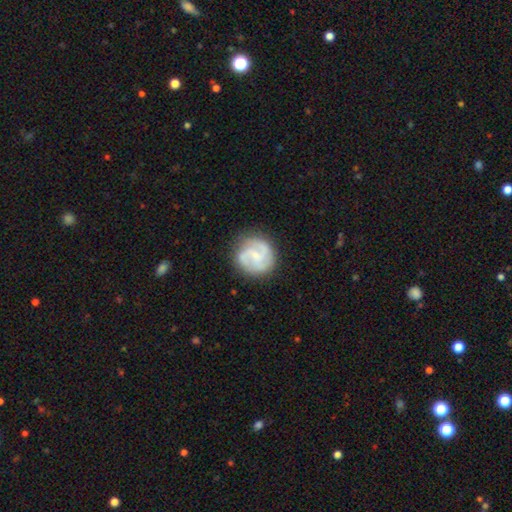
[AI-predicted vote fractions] The model was most divided on "spiral arm count": 3: 37%, 2: 36%, can't tell: 15%, 4: 5%, 1: 4%, more than 4: 4%. Remaining: edge-on disk — no (98%); spiral arms — yes (93%); merging — none (78%); smooth or featured — featured or disk (73%); bulge size — small (57%); spiral winding — medium (50%); bar — no (48%).